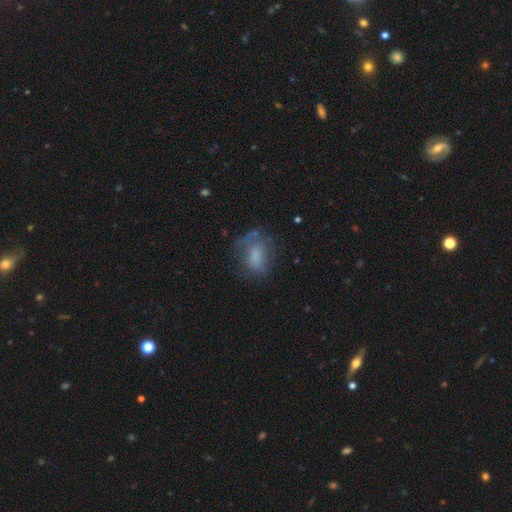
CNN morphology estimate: smooth 65%, featured or disk 24%, star or artifact 12%. Down the decision tree: how rounded — in between (71%); merging — none (49%).